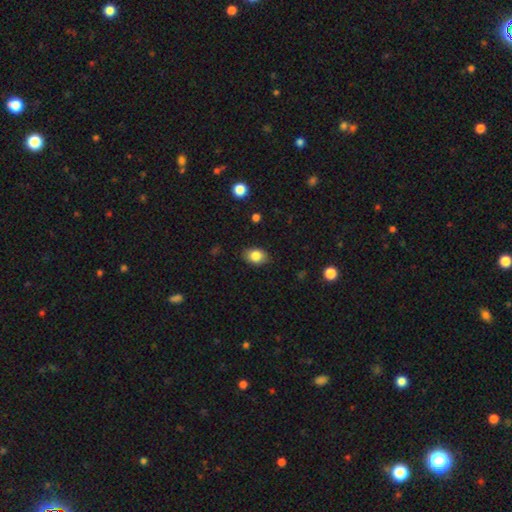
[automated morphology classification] smooth-or-featured: smooth: 84% | star or artifact: 8% | featured or disk: 8%
  how-rounded: in between: 79% | round: 20% | cigar-shaped: 1%
  merging: none: 86% | minor disturbance: 11% | major disturbance: 2% | merger: 1%